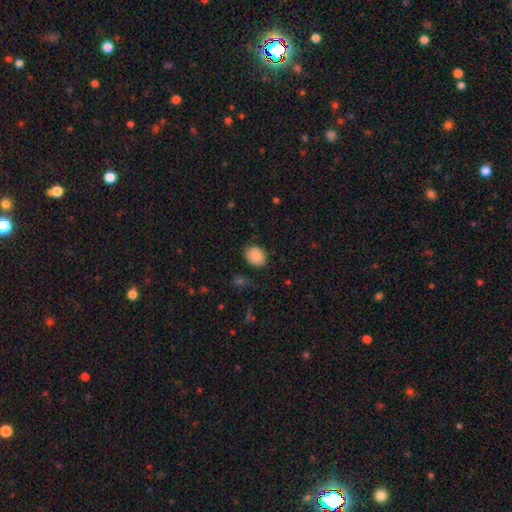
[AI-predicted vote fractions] smooth_or_featured: smooth (p=0.87) [alt: star or artifact p=0.08]
how_rounded: in between (p=0.56) [alt: round p=0.43]
merging: none (p=0.83) [alt: minor disturbance p=0.12]